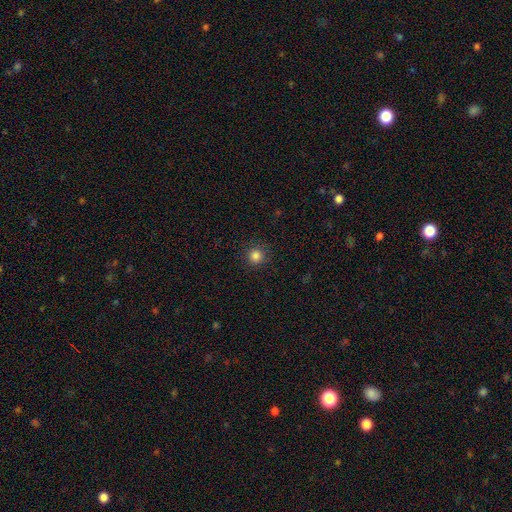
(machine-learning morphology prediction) Smooth or featured? Predicted: smooth (p=0.84). How rounded? Predicted: round (p=0.94). Merging? Predicted: none (p=0.91).